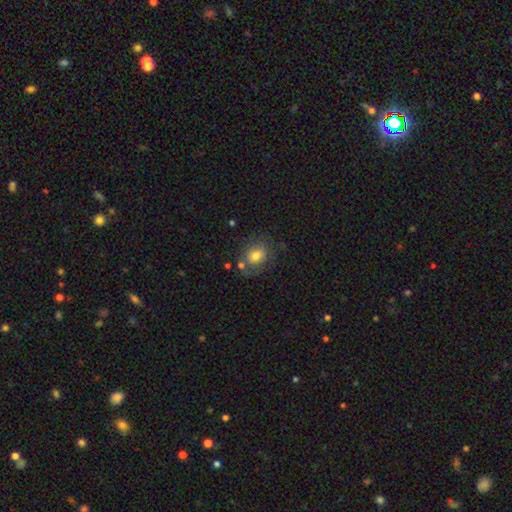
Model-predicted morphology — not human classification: This appears to be a smooth galaxy with no disk features (71%) that is in between round and cigar-shaped (53%). Merging: none (64%).